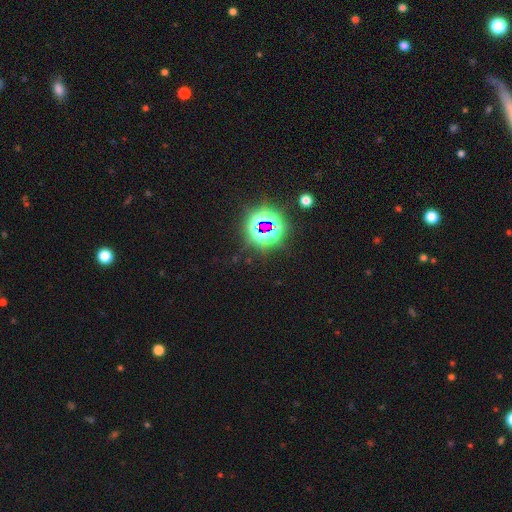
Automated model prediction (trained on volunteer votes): A star or artifact, not a galaxy (85%).